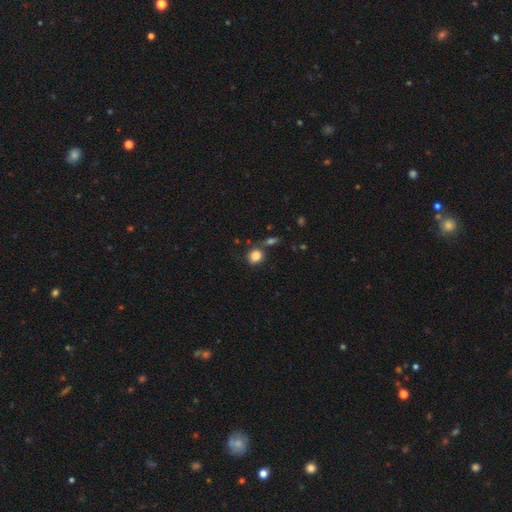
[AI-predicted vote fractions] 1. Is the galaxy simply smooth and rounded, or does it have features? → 84% smooth, 10% star or artifact, 6% featured or disk.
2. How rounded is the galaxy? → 72% round, 27% in between, 1% cigar-shaped.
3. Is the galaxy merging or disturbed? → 67% none, 14% minor disturbance, 14% merger, 4% major disturbance.